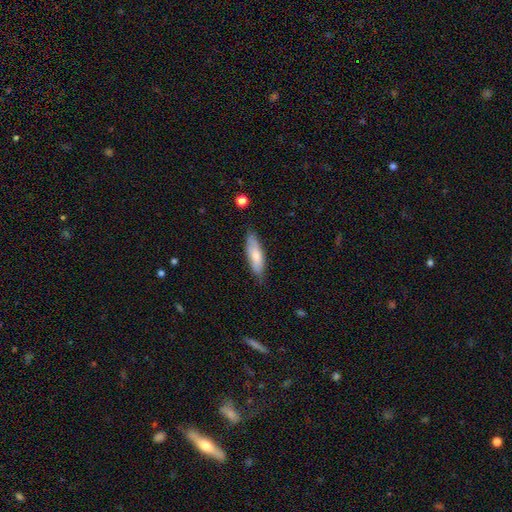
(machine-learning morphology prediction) Smooth or featured?
  - smooth: 75% *
  - featured or disk: 19%
  - star or artifact: 6%
How rounded?
  - in between: 53% *
  - cigar-shaped: 45%
  - round: 2%
Merging?
  - none: 78% *
  - minor disturbance: 17%
  - major disturbance: 3%
  - merger: 1%